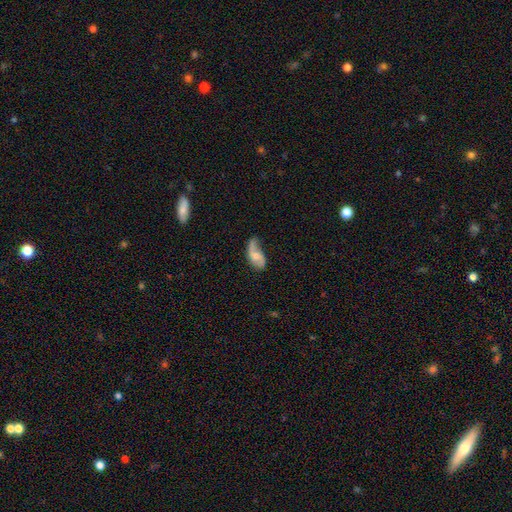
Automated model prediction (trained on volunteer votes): Q: Smooth or featured?
A: featured or disk (63%); runner-up: smooth (30%)
Q: Edge-on disk?
A: no (95%); runner-up: yes (5%)
Q: Bar?
A: no (57%); runner-up: weak (34%)
Q: Spiral arms?
A: yes (87%); runner-up: no (13%)
Q: Spiral winding?
A: loose (70%); runner-up: medium (23%)
Q: Spiral arm count?
A: 2 (75%); runner-up: 1 (17%)
Q: Bulge size?
A: moderate (49%); runner-up: small (41%)
Q: Merging?
A: none (41%); runner-up: minor disturbance (35%)